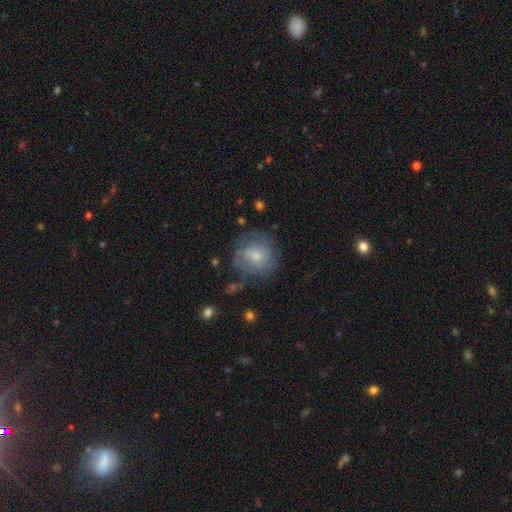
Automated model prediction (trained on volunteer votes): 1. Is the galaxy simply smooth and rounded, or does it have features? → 57% smooth, 35% featured or disk, 8% star or artifact.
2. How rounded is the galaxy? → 85% round, 14% in between, 1% cigar-shaped.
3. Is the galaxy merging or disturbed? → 59% none, 23% minor disturbance, 14% major disturbance, 3% merger.